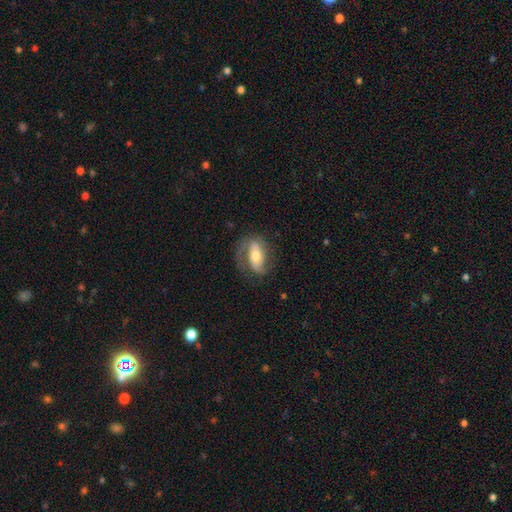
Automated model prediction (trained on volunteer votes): The model was most divided on "bar": strong: 43%, weak: 30%, no: 27%. Remaining: edge-on disk — no (94%); spiral arms — yes (88%); spiral arm count — 2 (76%); smooth or featured — featured or disk (71%); merging — none (67%); bulge size — moderate (63%); spiral winding — medium (45%).